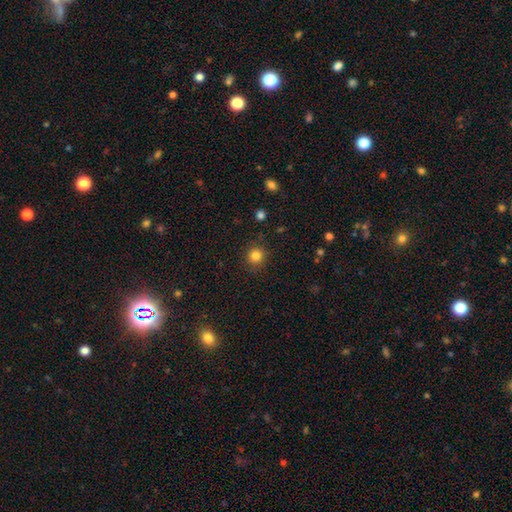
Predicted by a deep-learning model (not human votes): Morphology: type=smooth (83%); roundness=round (92%); merging=none (88%).